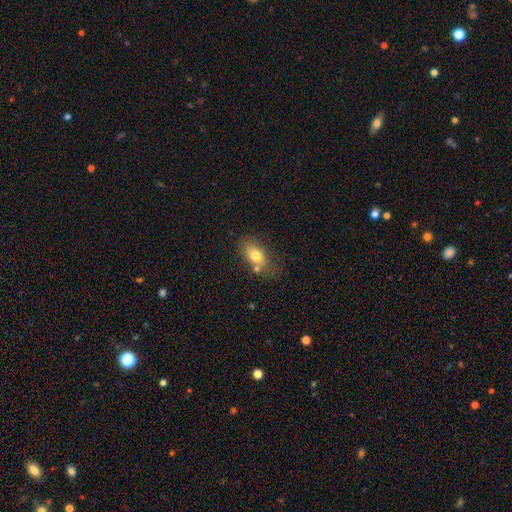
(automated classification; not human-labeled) A smooth galaxy with no disk features (76%) that is in between round and cigar-shaped (85%). Merging: none (60%).